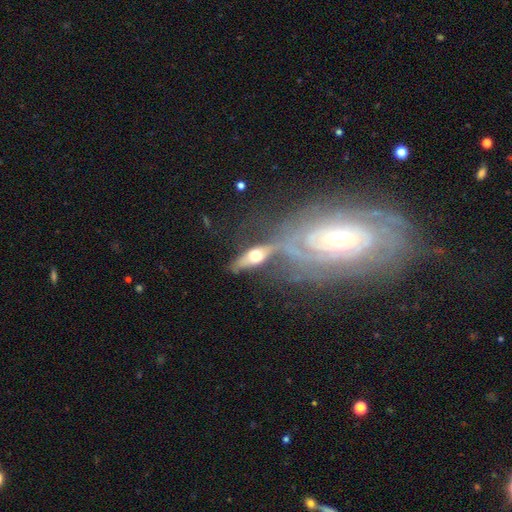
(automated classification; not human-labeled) The model was most divided on "edge-on disk": yes: 59%, no: 41%. More confident: smooth or featured — featured or disk (61%); merging — none (51%).